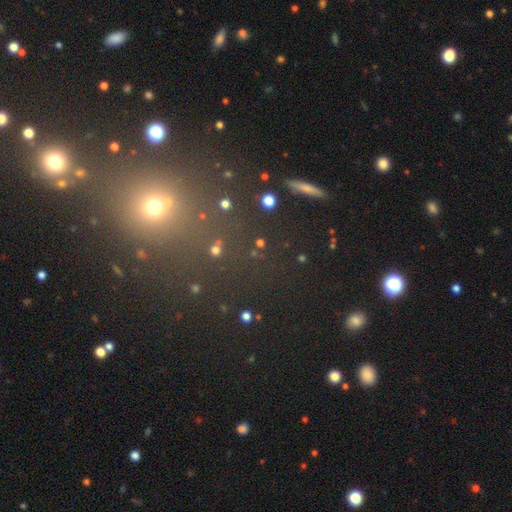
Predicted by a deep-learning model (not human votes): smooth_or_featured: star or artifact (p=0.53) [alt: smooth p=0.37]